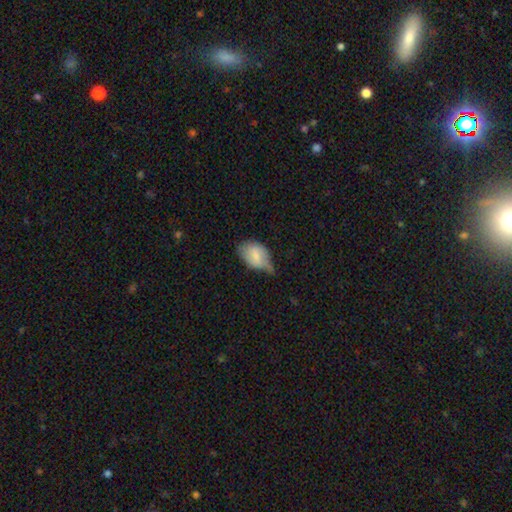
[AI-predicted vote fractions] Morphology: type=smooth (66%); roundness=in between (83%); merging=minor disturbance (49%).